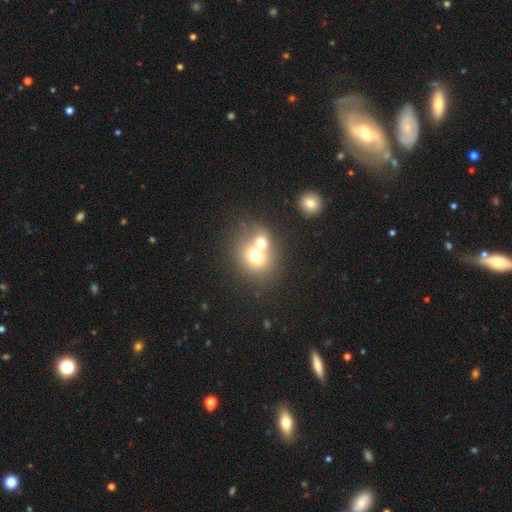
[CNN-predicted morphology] This is likely a smooth galaxy (67%). How rounded: likely round (68%). Merging: likely merger (61%).